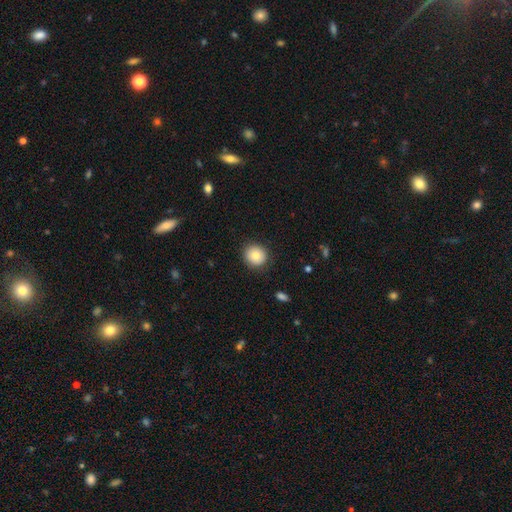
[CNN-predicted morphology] This is clearly a smooth galaxy (81%). How rounded: clearly round (89%). Merging: clearly none (88%).